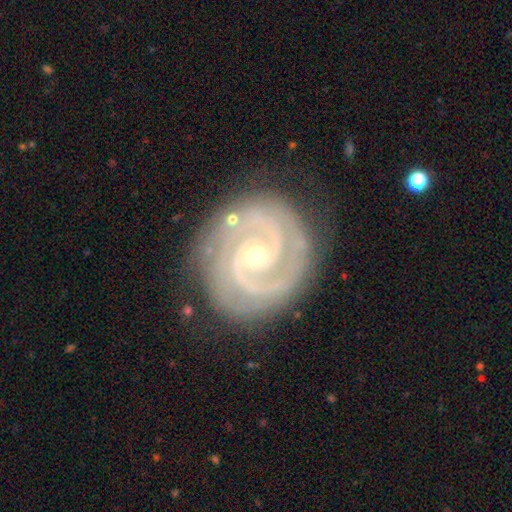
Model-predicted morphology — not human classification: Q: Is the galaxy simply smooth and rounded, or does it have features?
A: featured or disk — 92%.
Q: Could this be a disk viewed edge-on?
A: no — 98%.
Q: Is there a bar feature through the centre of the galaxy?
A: no — 56%.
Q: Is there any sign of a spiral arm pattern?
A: yes — 99%.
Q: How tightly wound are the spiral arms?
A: tight — 71%.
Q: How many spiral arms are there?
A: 2 — 77%.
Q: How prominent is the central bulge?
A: small — 77%.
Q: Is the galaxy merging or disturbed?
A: none — 82%.